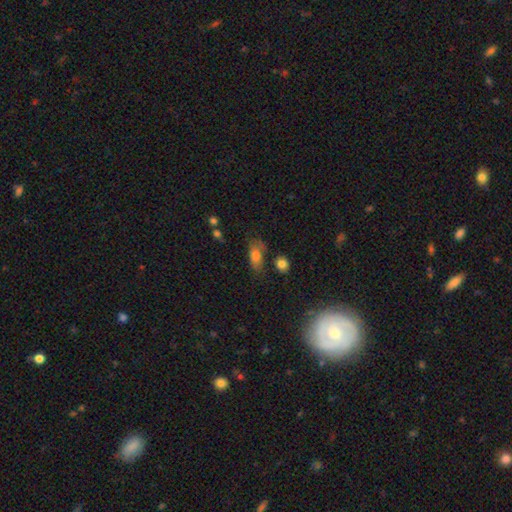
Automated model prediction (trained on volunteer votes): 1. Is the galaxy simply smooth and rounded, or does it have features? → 76% smooth, 14% featured or disk, 10% star or artifact.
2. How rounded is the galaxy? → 82% in between, 11% cigar-shaped, 7% round.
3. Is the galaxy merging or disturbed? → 54% none, 27% minor disturbance, 11% major disturbance, 8% merger.